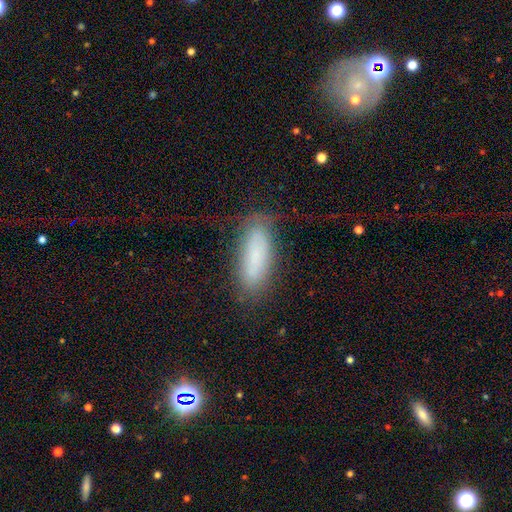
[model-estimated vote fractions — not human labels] Smooth or featured?
  - smooth: 75% *
  - featured or disk: 16%
  - star or artifact: 9%
How rounded?
  - in between: 59% *
  - cigar-shaped: 39%
  - round: 2%
Merging?
  - none: 73% *
  - minor disturbance: 19%
  - major disturbance: 7%
  - merger: 2%